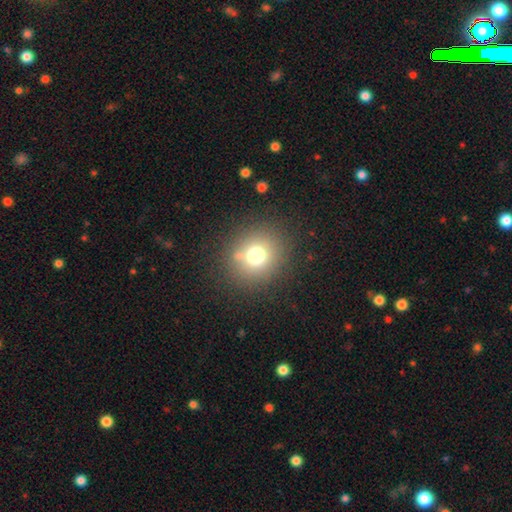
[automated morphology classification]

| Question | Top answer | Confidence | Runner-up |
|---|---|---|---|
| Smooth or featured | smooth | 70% | star or artifact (18%) |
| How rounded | round | 84% | in between (15%) |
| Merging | none | 81% | minor disturbance (10%) |